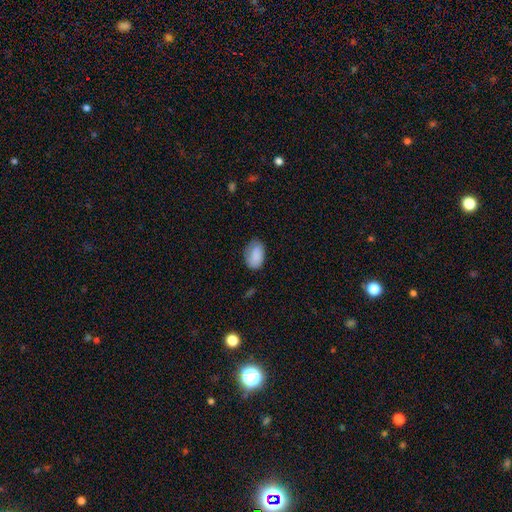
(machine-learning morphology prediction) Smooth or featured?
  - smooth: 88% *
  - star or artifact: 7%
  - featured or disk: 5%
How rounded?
  - in between: 90% *
  - round: 9%
  - cigar-shaped: 1%
Merging?
  - none: 71% *
  - minor disturbance: 22%
  - major disturbance: 5%
  - merger: 1%